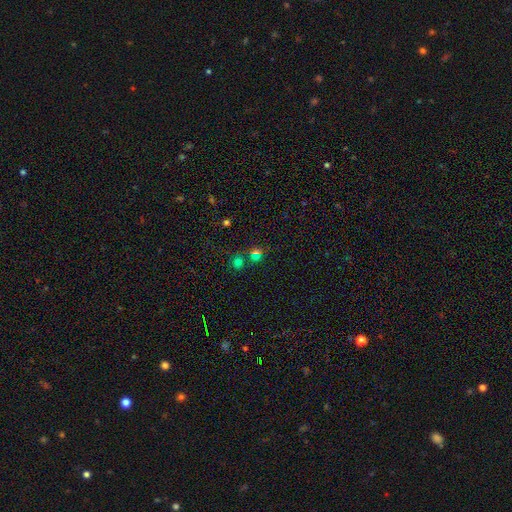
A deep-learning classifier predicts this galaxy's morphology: The model was most divided on "merging": none: 52%, merger: 36%, minor disturbance: 8%, major disturbance: 4%. More confident: how rounded — round (79%); smooth or featured — smooth (55%).